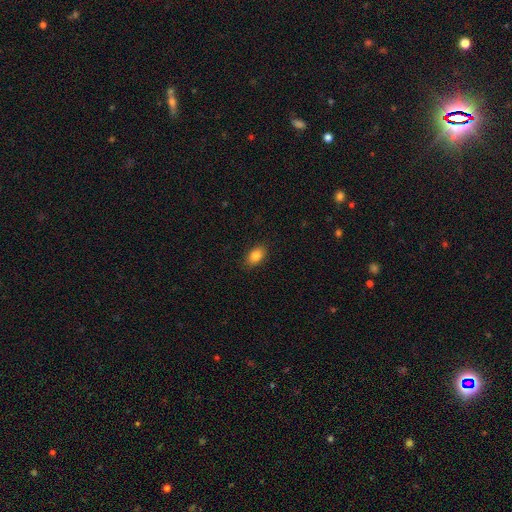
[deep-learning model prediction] smooth_or_featured: smooth (p=0.84) [alt: star or artifact p=0.09]
how_rounded: in between (p=0.86) [alt: round p=0.12]
merging: none (p=0.88) [alt: minor disturbance p=0.09]